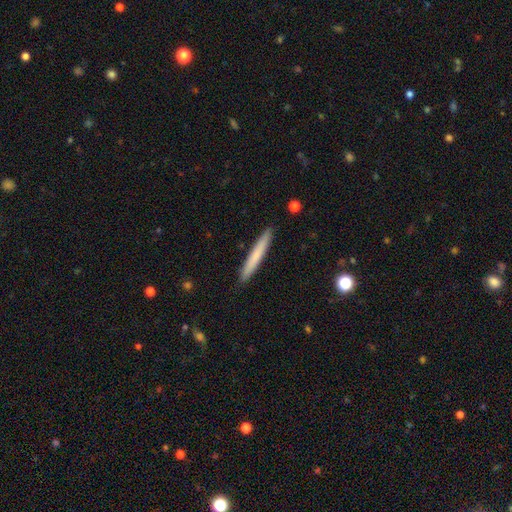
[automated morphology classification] This appears to be a smooth galaxy with no disk features (71%) that is cigar-shaped (97%). Merging: none (92%).